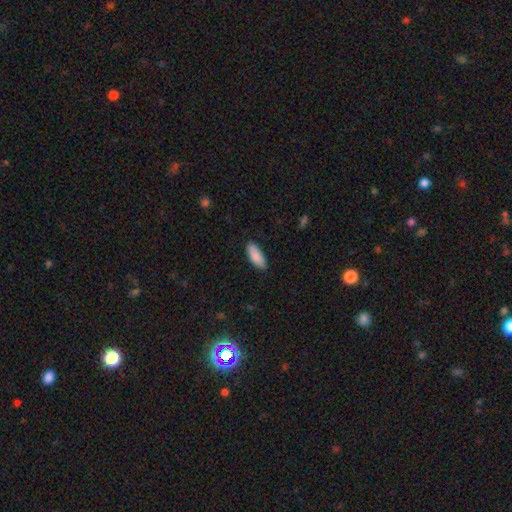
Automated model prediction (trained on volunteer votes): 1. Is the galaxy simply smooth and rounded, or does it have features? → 89% smooth, 6% star or artifact, 5% featured or disk.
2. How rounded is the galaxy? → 80% in between, 18% cigar-shaped, 2% round.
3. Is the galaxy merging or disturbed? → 84% none, 13% minor disturbance, 2% major disturbance, 1% merger.